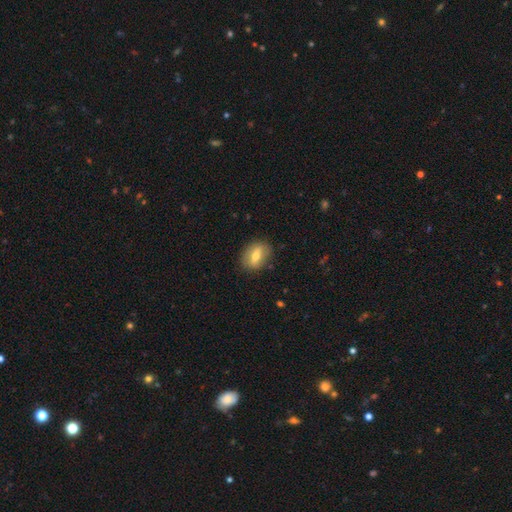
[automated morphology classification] This is likely a smooth galaxy (61%). How rounded: likely in between (70%). Merging: clearly none (83%).